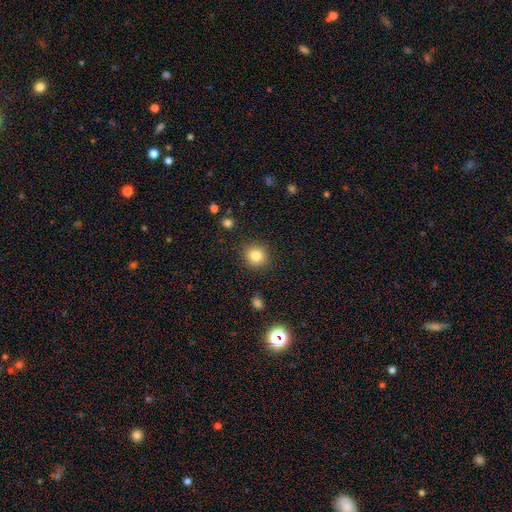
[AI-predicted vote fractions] Smooth or featured? Predicted: smooth (p=0.84). How rounded? Predicted: round (p=0.86). Merging? Predicted: none (p=0.89).